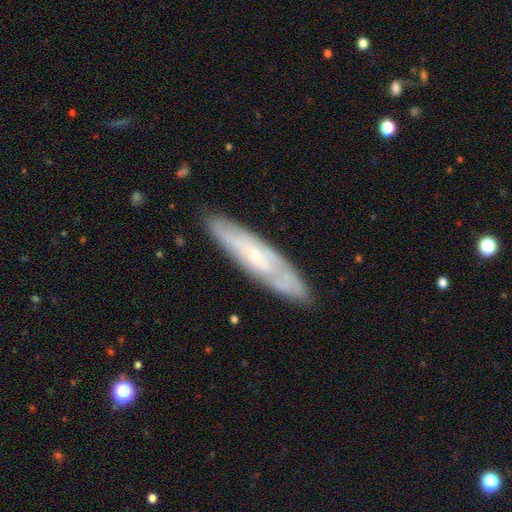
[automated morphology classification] smooth-or-featured: featured or disk: 66% | smooth: 28% | star or artifact: 6%
  disk-edge-on: no: 57% | yes: 43%
  merging: none: 83% | minor disturbance: 13% | major disturbance: 3% | merger: 2%